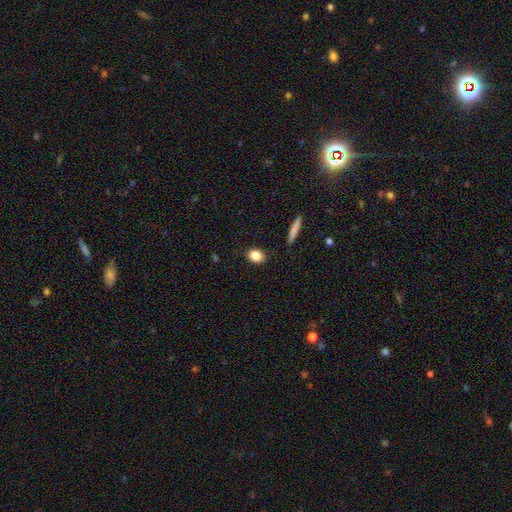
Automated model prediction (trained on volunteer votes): Smooth or featured?
  - smooth: 85% *
  - star or artifact: 9%
  - featured or disk: 6%
How rounded?
  - in between: 65% *
  - round: 32%
  - cigar-shaped: 3%
Merging?
  - none: 87% *
  - minor disturbance: 9%
  - major disturbance: 2%
  - merger: 2%